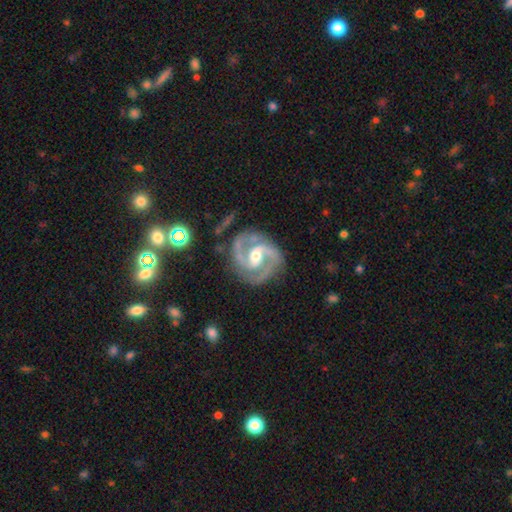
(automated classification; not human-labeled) smooth_or_featured: featured or disk (p=0.92) [alt: star or artifact p=0.04]
disk_edge_on: no (p=0.98) [alt: yes p=0.02]
bar: weak (p=0.44) [alt: strong p=0.35]
has_spiral_arms: yes (p=0.98) [alt: no p=0.02]
spiral_winding: medium (p=0.55) [alt: tight p=0.38]
spiral_arm_count: 2 (p=0.88) [alt: 3 p=0.06]
bulge_size: moderate (p=0.64) [alt: small p=0.30]
merging: none (p=0.80) [alt: minor disturbance p=0.13]